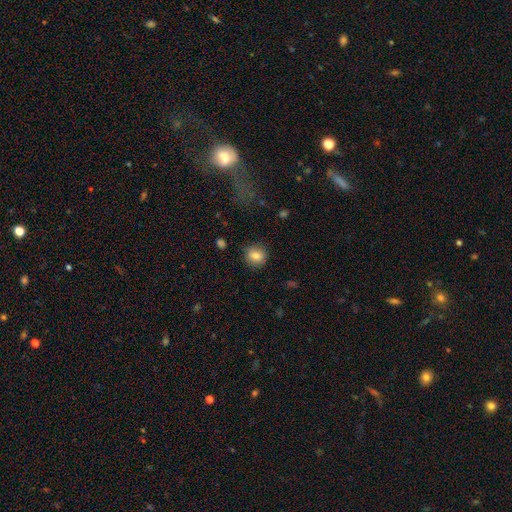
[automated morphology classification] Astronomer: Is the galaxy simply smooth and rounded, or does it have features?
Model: smooth — 80%.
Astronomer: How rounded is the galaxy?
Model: round — 84%.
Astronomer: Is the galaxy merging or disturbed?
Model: none — 85%.